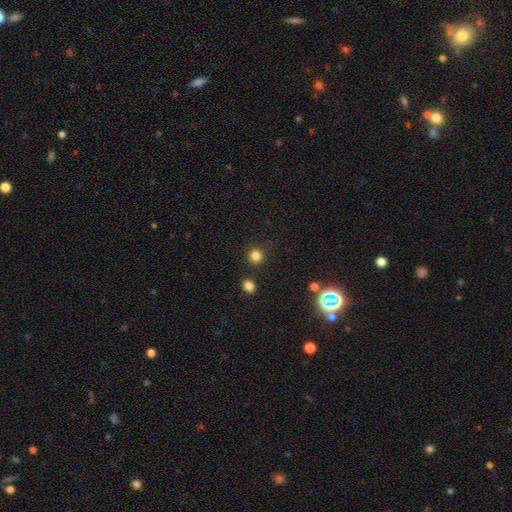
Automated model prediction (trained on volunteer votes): smooth-or-featured: smooth: 81% | star or artifact: 14% | featured or disk: 4%
  how-rounded: round: 92% | in between: 7% | cigar-shaped: 1%
  merging: none: 86% | minor disturbance: 7% | merger: 4% | major disturbance: 3%